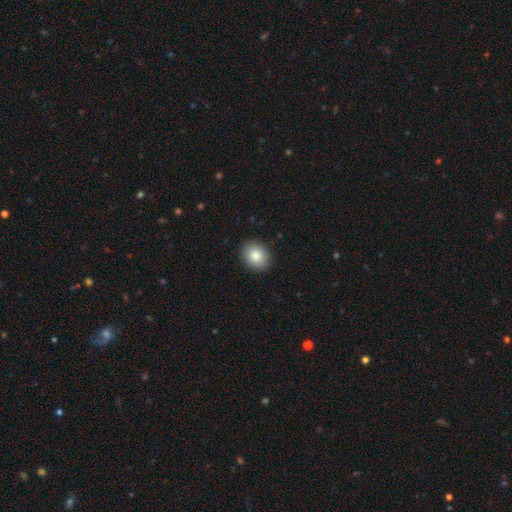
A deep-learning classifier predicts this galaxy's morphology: smooth_or_featured: smooth (p=0.86) [alt: star or artifact p=0.08]
how_rounded: round (p=0.59) [alt: in between p=0.40]
merging: none (p=0.91) [alt: minor disturbance p=0.06]